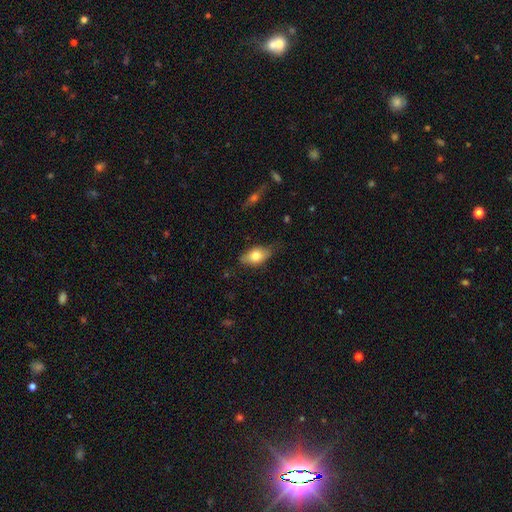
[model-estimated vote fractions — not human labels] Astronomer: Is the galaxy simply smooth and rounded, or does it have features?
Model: smooth — 71%.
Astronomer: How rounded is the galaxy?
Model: in between — 87%.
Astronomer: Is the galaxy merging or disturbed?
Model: none — 68%.